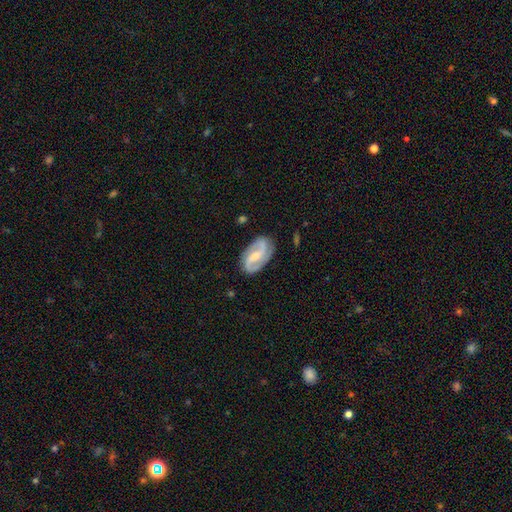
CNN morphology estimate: Overall: featured or disk (86%). Edge-on disk: no (97%). Bar: weak (44%; strong 30%). Spiral arms: yes (97%). Spiral arm count: 2 (89%). Spiral winding: medium (45%; loose 36%). Bulge size: small (49%; moderate 42%). Merging: none (80%).